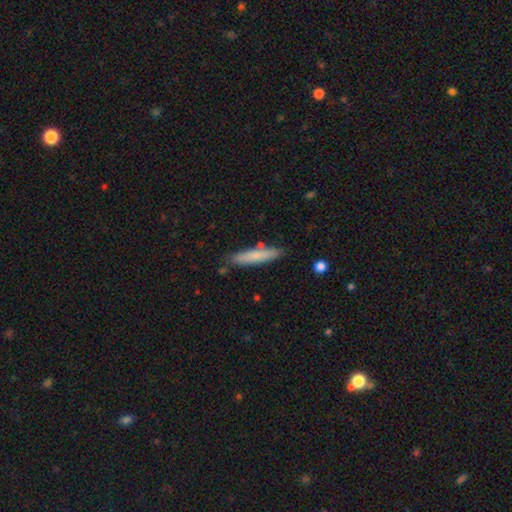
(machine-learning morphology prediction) type=smooth (74%); roundness=cigar-shaped (89%); merging=none (84%).